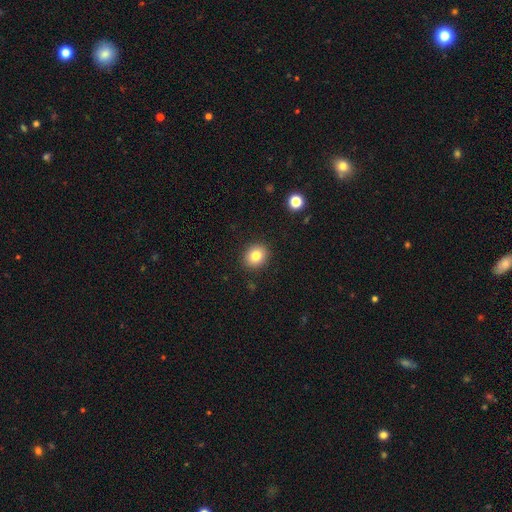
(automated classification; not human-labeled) smooth_or_featured: smooth (p=0.82) [alt: star or artifact p=0.10]
how_rounded: round (p=0.71) [alt: in between p=0.28]
merging: none (p=0.90) [alt: minor disturbance p=0.07]